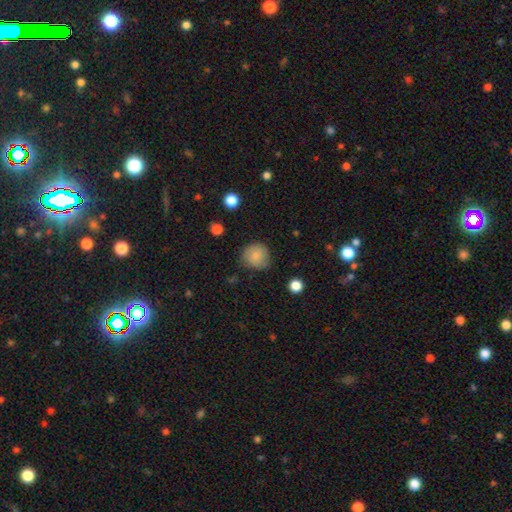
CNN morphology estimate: Smooth or featured? smooth (83%)
How rounded? round (88%)
Merging? none (71%)